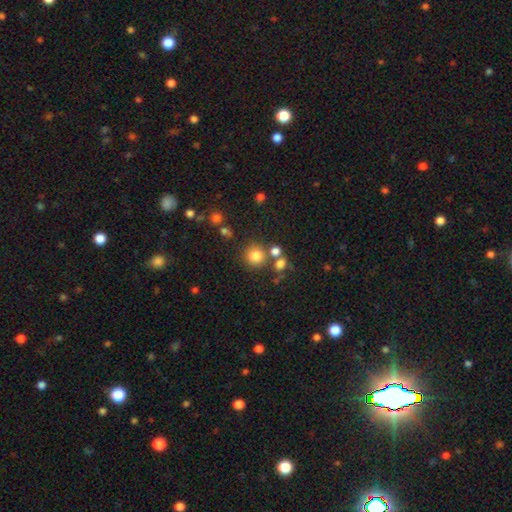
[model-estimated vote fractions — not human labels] smooth-or-featured: smooth: 79% | star or artifact: 14% | featured or disk: 7%
  how-rounded: round: 90% | in between: 9% | cigar-shaped: 1%
  merging: none: 72% | merger: 14% | minor disturbance: 10% | major disturbance: 4%